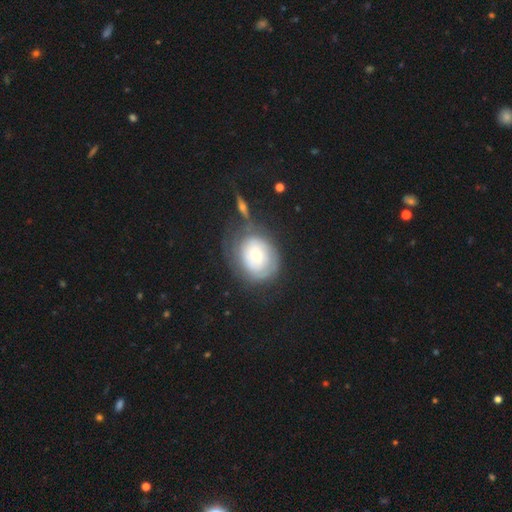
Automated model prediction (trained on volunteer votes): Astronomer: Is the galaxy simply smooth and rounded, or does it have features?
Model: featured or disk — 53% (runner-up: smooth, 40%).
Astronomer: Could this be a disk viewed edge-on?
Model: no — 96%.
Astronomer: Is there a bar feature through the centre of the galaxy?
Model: no — 85%.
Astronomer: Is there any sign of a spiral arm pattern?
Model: yes — 61% (runner-up: no, 39%).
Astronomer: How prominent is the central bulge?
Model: small — 51% (runner-up: moderate, 39%).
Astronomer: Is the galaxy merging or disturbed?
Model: none — 52%.